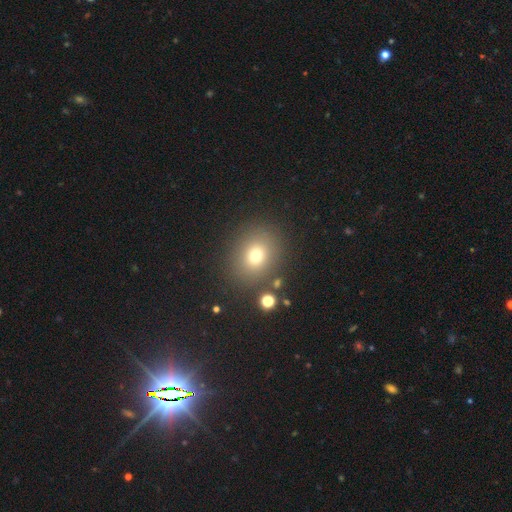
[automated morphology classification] type=smooth (73%); roundness=round (70%); merging=none (84%).